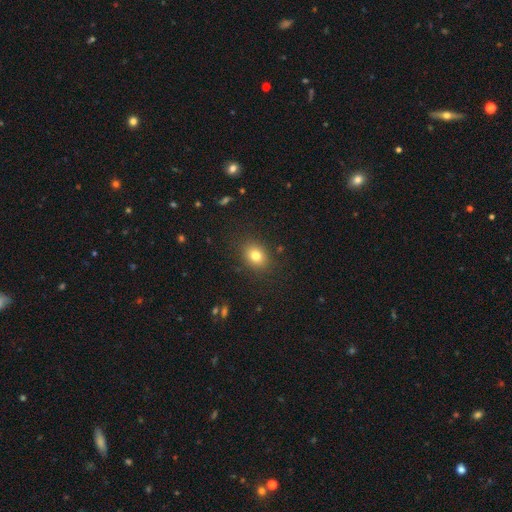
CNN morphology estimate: This is likely a smooth galaxy (79%). How rounded: possibly round (50%). Merging: clearly none (86%).